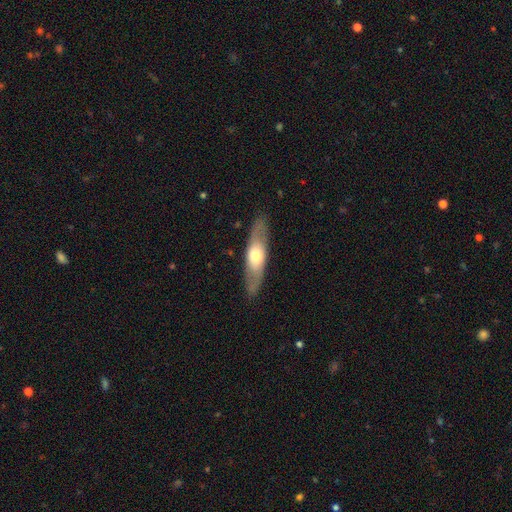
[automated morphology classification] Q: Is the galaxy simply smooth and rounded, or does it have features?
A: featured or disk — 48%.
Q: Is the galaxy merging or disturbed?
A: none — 86%.